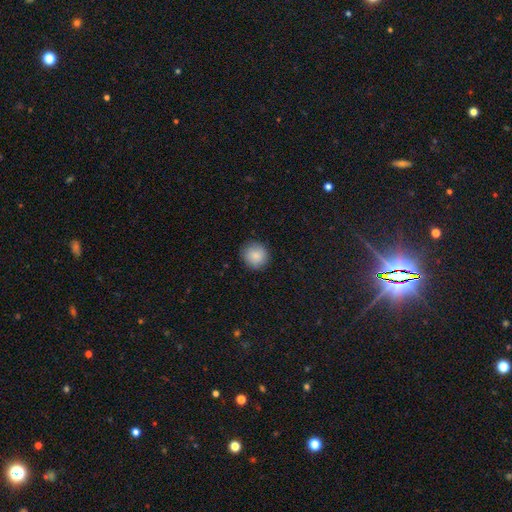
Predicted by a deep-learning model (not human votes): Smooth or featured: smooth — 87% (star or artifact — 7%)
How rounded: round — 91% (in between — 8%)
Merging: none — 88% (minor disturbance — 9%)